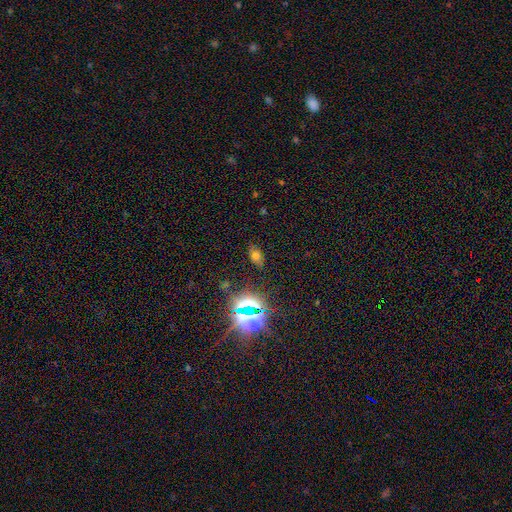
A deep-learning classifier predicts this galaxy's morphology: smooth 55%, star or artifact 33%, featured or disk 12%. Down the decision tree: how rounded — in between (80%); merging — none (78%).